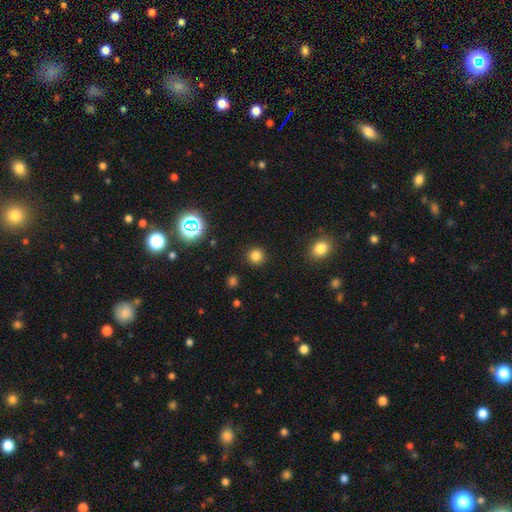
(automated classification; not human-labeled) Smooth or featured: smooth — 80% (star or artifact — 16%)
How rounded: round — 93% (in between — 6%)
Merging: none — 90% (minor disturbance — 6%)